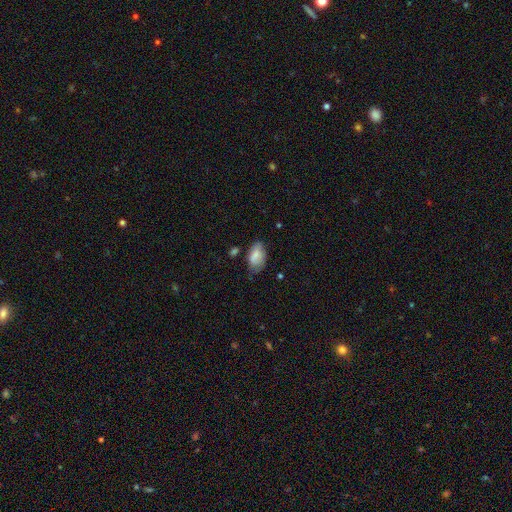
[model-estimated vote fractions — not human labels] The model was most divided on "merging": none: 61%, minor disturbance: 29%, major disturbance: 7%, merger: 4%. More confident: how rounded — in between (93%); smooth or featured — smooth (78%).